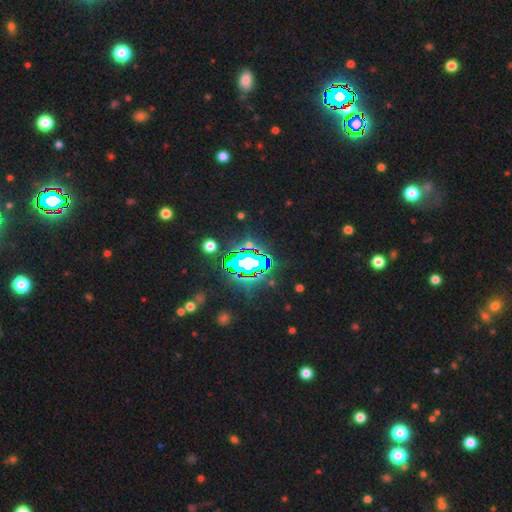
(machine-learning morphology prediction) Q: Smooth or featured?
A: star or artifact (81%); runner-up: smooth (11%)